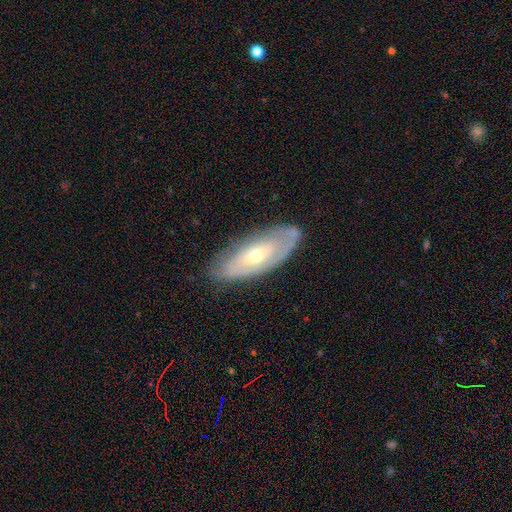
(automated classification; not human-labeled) Smooth or featured: featured or disk — 62% (smooth — 31%)
Edge-on disk: no — 82% (yes — 18%)
Bar: no — 73% (weak — 21%)
Spiral arms: yes — 51% (no — 49%)
Bulge size: moderate — 50% (small — 45%)
Merging: none — 75% (minor disturbance — 18%)